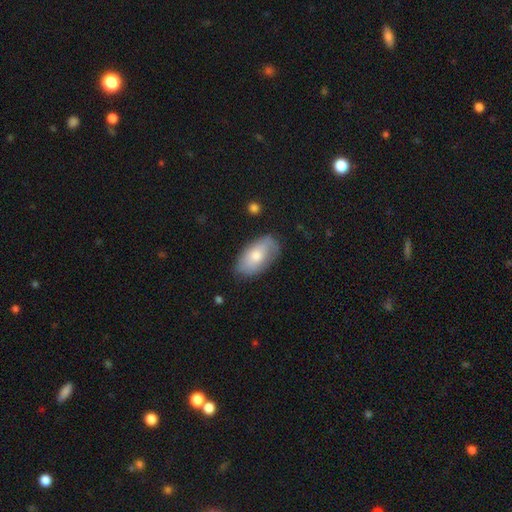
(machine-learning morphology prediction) Smooth or featured?
  - smooth: 64% *
  - featured or disk: 29%
  - star or artifact: 7%
How rounded?
  - in between: 93% *
  - round: 4%
  - cigar-shaped: 3%
Merging?
  - none: 71% *
  - minor disturbance: 22%
  - major disturbance: 5%
  - merger: 2%